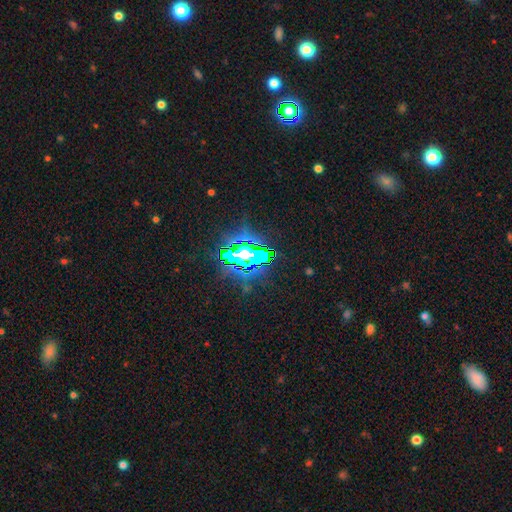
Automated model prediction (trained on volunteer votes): Smooth or featured: star or artifact — 69% (smooth — 16%)